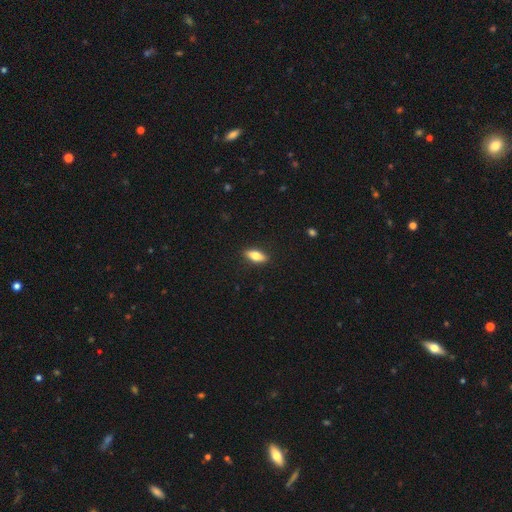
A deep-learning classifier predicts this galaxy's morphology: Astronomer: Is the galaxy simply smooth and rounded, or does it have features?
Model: smooth — 68%.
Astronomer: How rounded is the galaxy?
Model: in between — 70%.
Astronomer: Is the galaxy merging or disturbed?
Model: none — 90%.